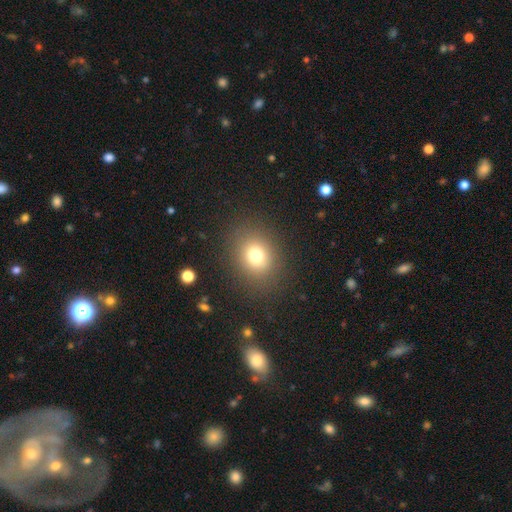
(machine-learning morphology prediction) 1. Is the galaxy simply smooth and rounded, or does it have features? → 74% smooth, 16% star or artifact, 10% featured or disk.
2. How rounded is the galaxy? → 66% round, 33% in between, 1% cigar-shaped.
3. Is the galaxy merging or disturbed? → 86% none, 8% minor disturbance, 5% major disturbance, 1% merger.